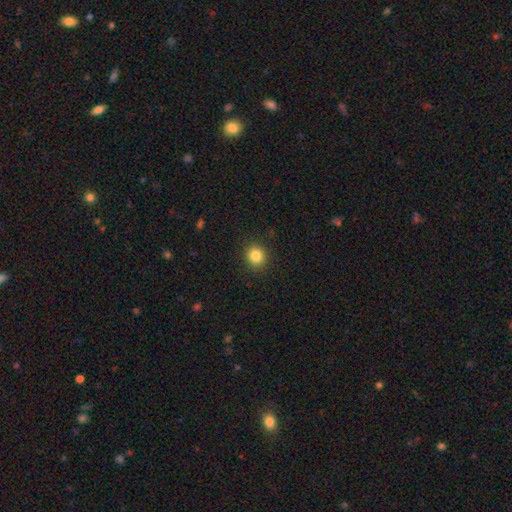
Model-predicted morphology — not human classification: Smooth or featured? smooth (84%)
How rounded? round (81%)
Merging? none (90%)